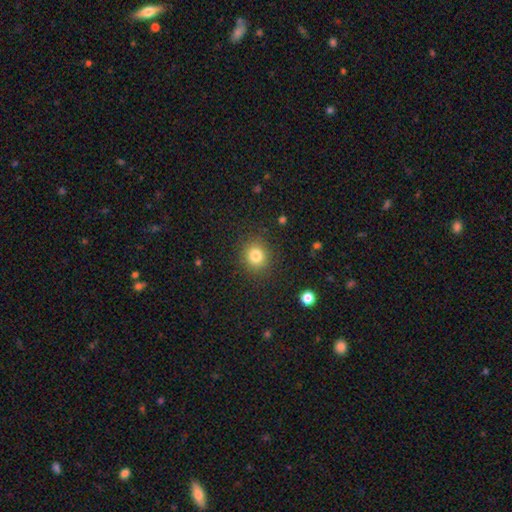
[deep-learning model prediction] Smooth or featured? Predicted: smooth (p=0.82). How rounded? Predicted: round (p=0.84). Merging? Predicted: none (p=0.88).